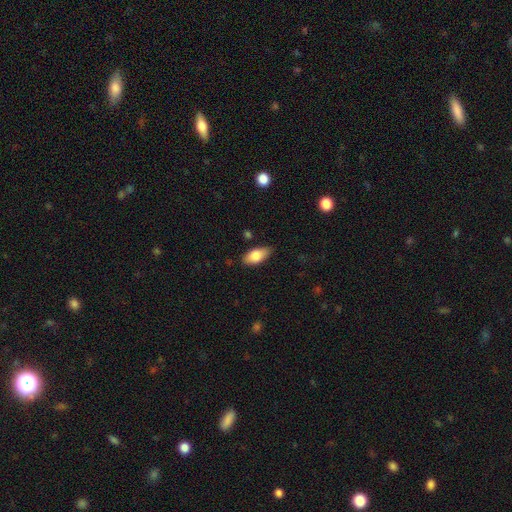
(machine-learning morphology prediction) Smooth or featured? smooth (79%)
How rounded? in between (89%)
Merging? none (80%)